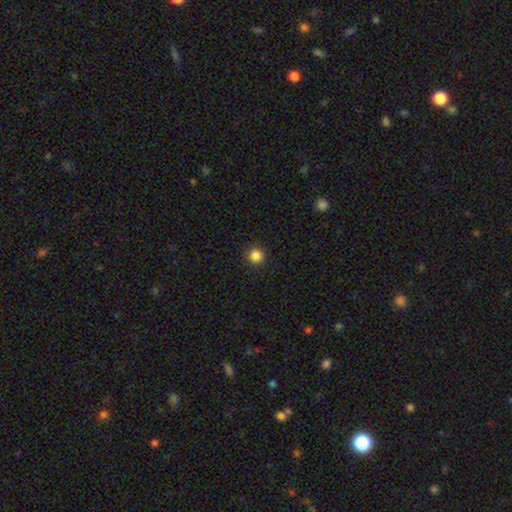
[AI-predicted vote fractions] Morphology: type=smooth (85%); roundness=round (95%); merging=none (93%).